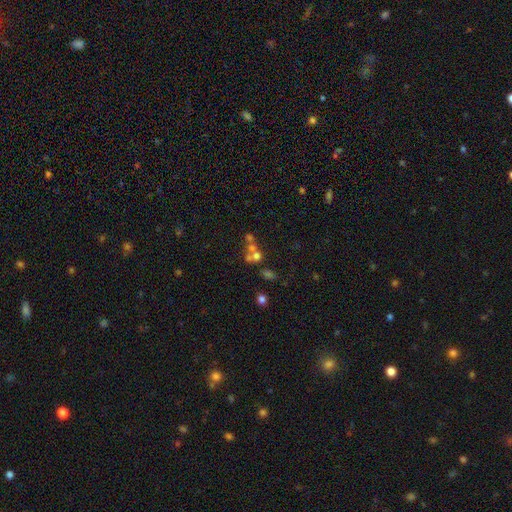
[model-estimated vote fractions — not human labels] Smooth or featured: smooth — 48% (featured or disk — 26%)
Merging: merger — 50% (none — 36%)